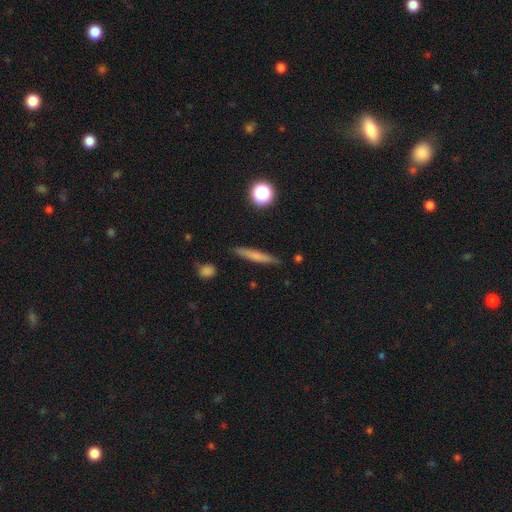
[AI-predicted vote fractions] smooth 64%, featured or disk 28%, star or artifact 8%. Down the decision tree: how rounded — cigar-shaped (92%); merging — none (88%).